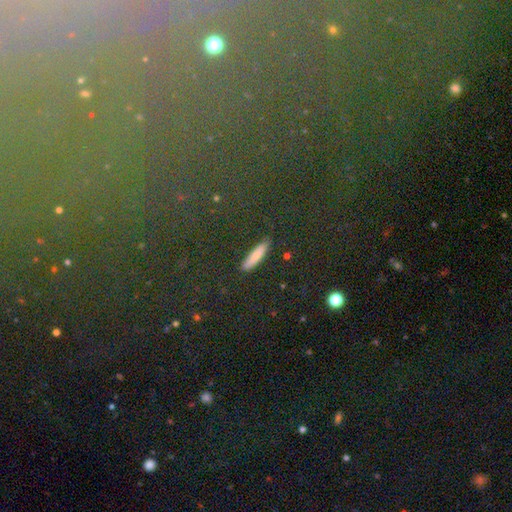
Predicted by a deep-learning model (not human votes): This appears to be a smooth galaxy with no disk features (70%) that is cigar-shaped (72%). Merging: none (85%).